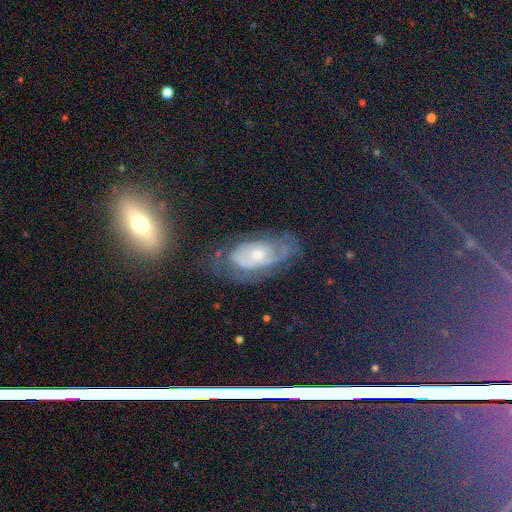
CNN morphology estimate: Smooth or featured? featured or disk (56%)
Edge-on disk? no (89%)
Bar? no (76%)
Spiral arms? yes (74%)
Bulge size? small (46%, tied with moderate)
Merging? none (59%)